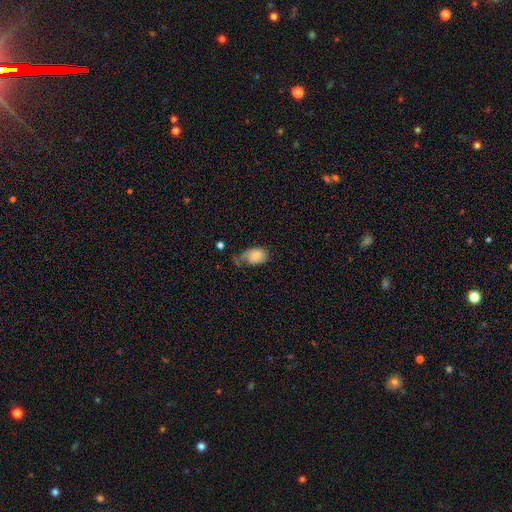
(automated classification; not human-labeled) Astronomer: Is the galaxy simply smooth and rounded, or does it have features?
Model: smooth — 69%.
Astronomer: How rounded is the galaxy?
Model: in between — 86%.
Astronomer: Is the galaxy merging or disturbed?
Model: minor disturbance — 36% (runner-up: none, 30%).